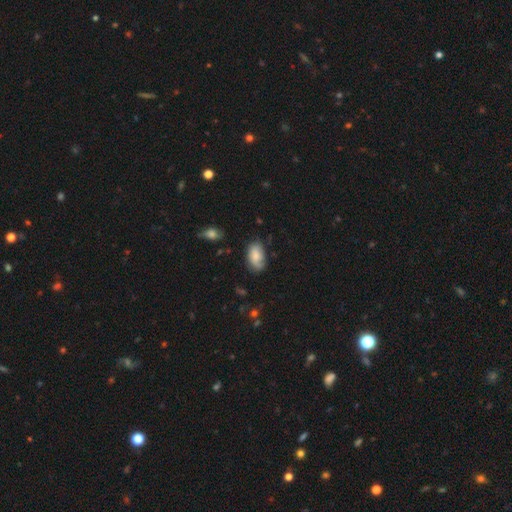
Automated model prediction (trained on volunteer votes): smooth-or-featured: smooth: 73% | featured or disk: 20% | star or artifact: 7%
  how-rounded: in between: 93% | round: 6% | cigar-shaped: 2%
  merging: none: 62% | minor disturbance: 28% | major disturbance: 8% | merger: 2%